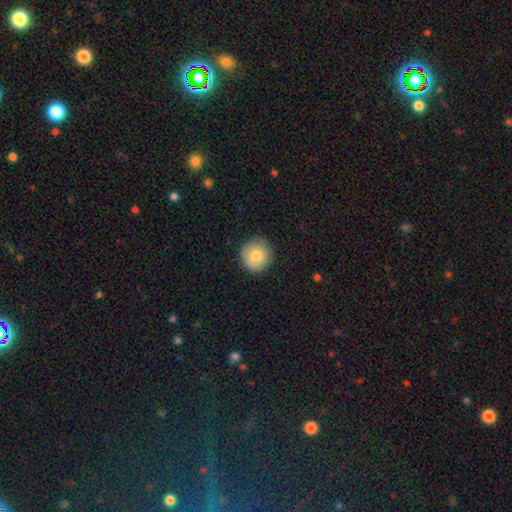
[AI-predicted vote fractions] smooth_or_featured: smooth (p=0.81) [alt: featured or disk p=0.11]
how_rounded: round (p=0.92) [alt: in between p=0.07]
merging: none (p=0.86) [alt: minor disturbance p=0.11]